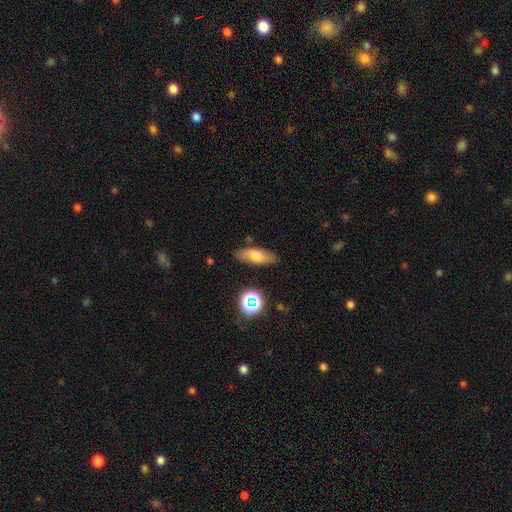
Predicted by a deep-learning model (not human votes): Morphology: type=smooth (69%); roundness=in between (70%); merging=none (81%).